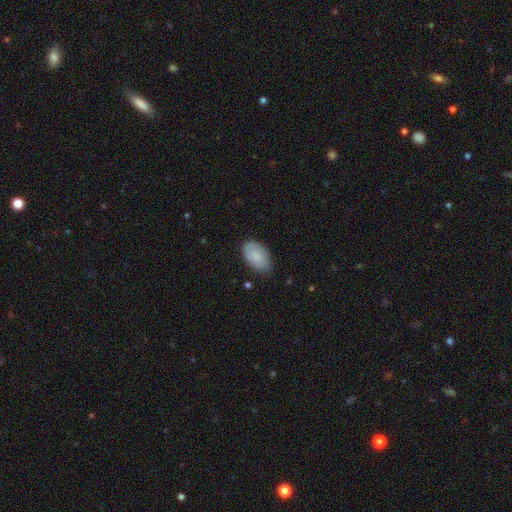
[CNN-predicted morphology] Overall: smooth (78%). How rounded: in between (93%). Merging: none (73%).